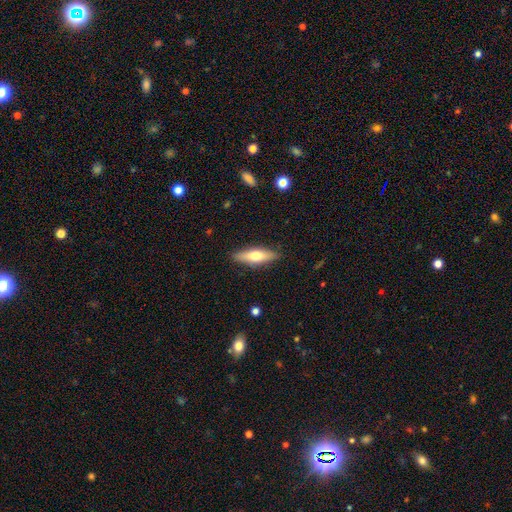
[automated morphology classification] type=smooth (58%); roundness=cigar-shaped (56%); merging=none (88%).